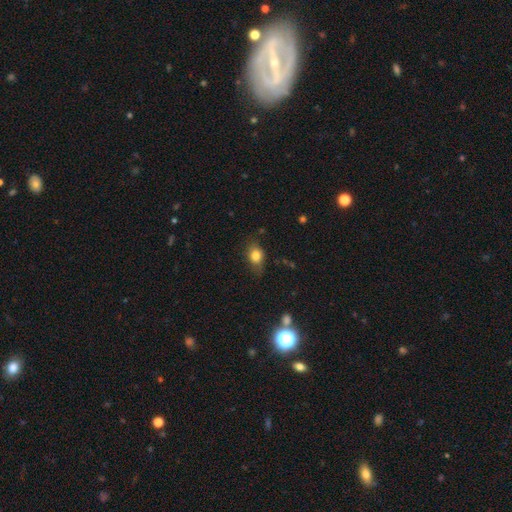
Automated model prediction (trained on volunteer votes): smooth-or-featured: smooth: 80% | star or artifact: 10% | featured or disk: 10%
  how-rounded: in between: 64% | round: 34% | cigar-shaped: 2%
  merging: none: 68% | minor disturbance: 24% | major disturbance: 6% | merger: 2%